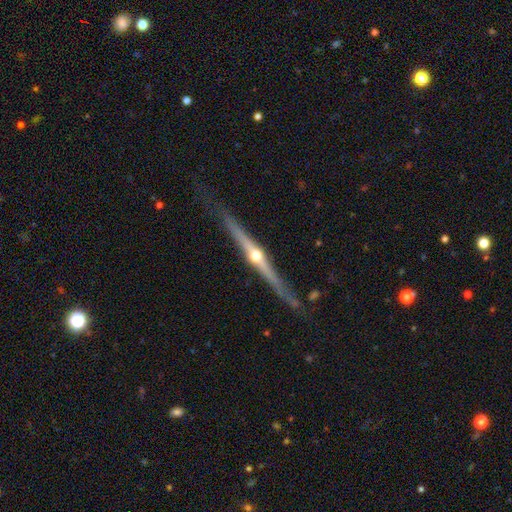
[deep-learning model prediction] Morphology: type=featured or disk (86%); edge-on=yes (98%); edge-on bulge=rounded (95%); merging=none (82%).